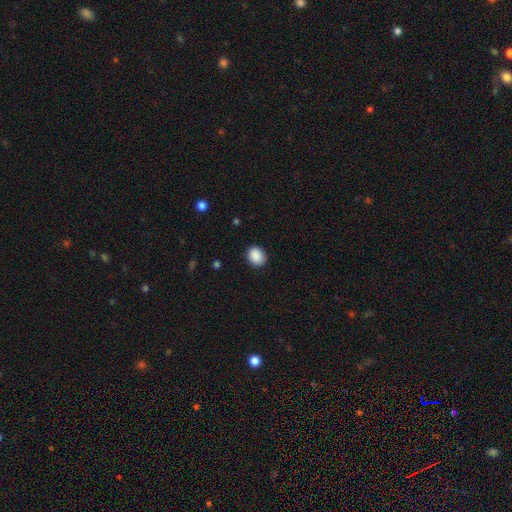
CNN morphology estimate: smooth-or-featured: smooth: 89% | star or artifact: 8% | featured or disk: 3%
  how-rounded: round: 59% | in between: 40% | cigar-shaped: 1%
  merging: none: 87% | minor disturbance: 9% | major disturbance: 2% | merger: 1%